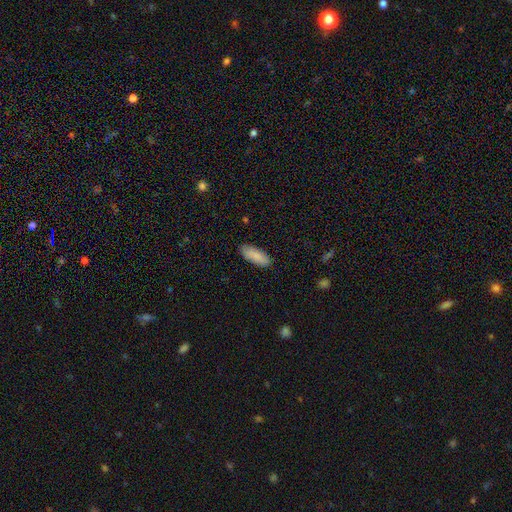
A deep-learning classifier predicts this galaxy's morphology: type=smooth (88%); roundness=in between (72%); merging=none (87%).